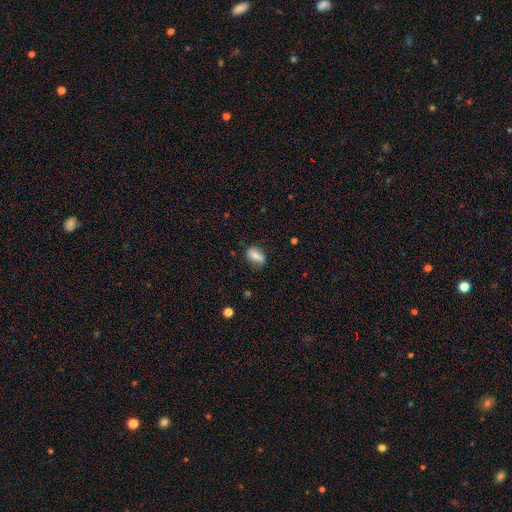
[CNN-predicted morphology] Smooth or featured: smooth — 78% (featured or disk — 13%)
How rounded: in between — 86% (round — 9%)
Merging: none — 72% (minor disturbance — 21%)